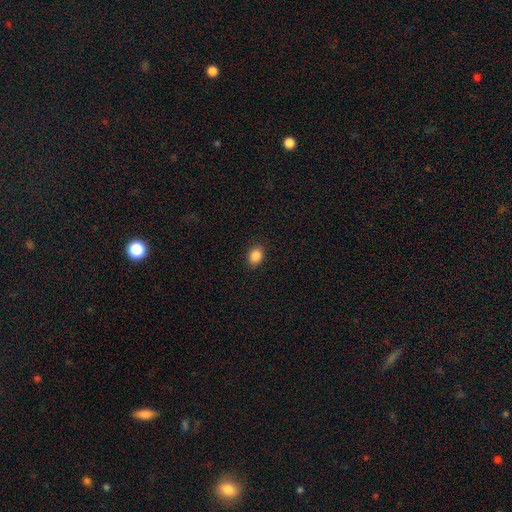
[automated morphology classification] Smooth or featured? smooth (88%)
How rounded? in between (58%)
Merging? none (89%)